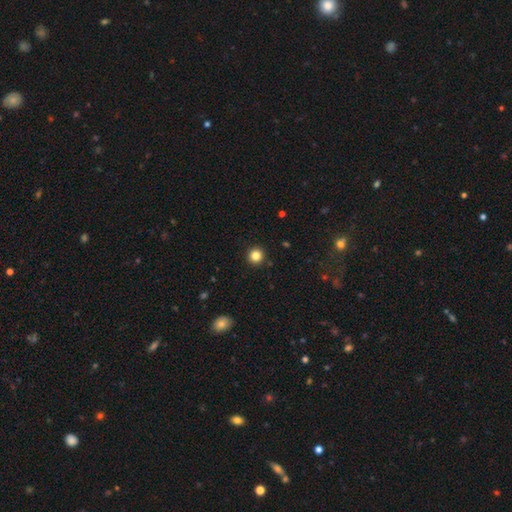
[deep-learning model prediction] smooth_or_featured: smooth (p=0.84) [alt: star or artifact p=0.12]
how_rounded: round (p=0.95) [alt: in between p=0.04]
merging: none (p=0.93) [alt: minor disturbance p=0.04]